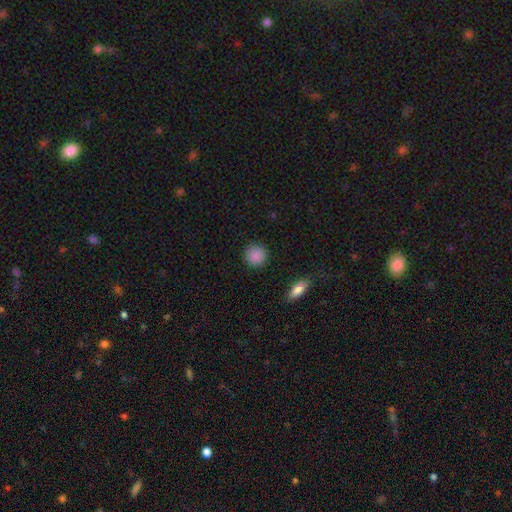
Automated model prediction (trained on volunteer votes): Morphology: type=smooth (88%); roundness=round (92%); merging=none (90%).